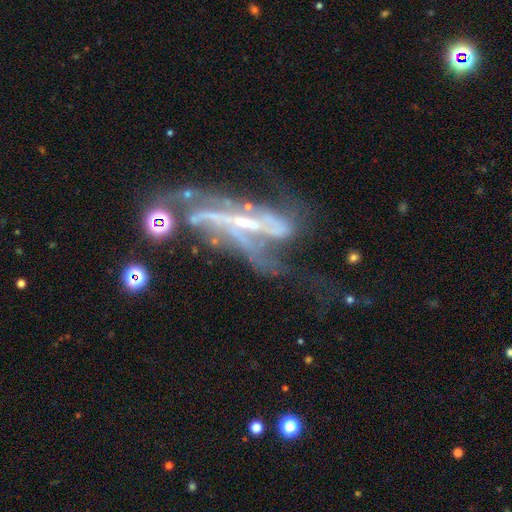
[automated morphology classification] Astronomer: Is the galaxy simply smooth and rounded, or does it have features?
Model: featured or disk — 82%.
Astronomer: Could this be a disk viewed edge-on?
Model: no — 71%.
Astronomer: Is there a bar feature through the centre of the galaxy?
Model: strong — 49% (runner-up: no, 26%).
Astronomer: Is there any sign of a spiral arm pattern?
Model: yes — 83%.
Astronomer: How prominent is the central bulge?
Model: small — 54%.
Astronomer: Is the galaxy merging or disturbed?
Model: major disturbance — 38% (runner-up: none, 28%).